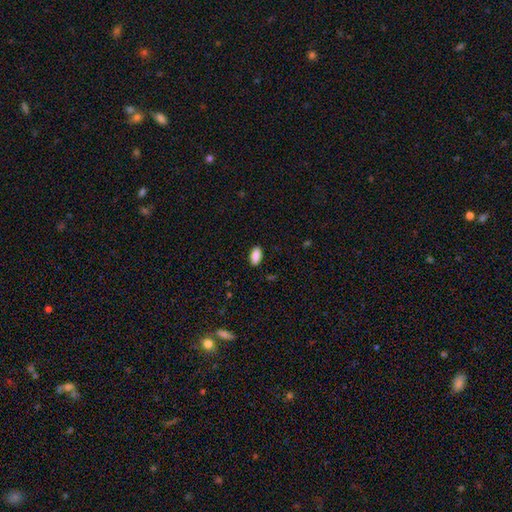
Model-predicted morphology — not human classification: smooth_or_featured: smooth (p=0.89) [alt: star or artifact p=0.07]
how_rounded: in between (p=0.92) [alt: cigar-shaped p=0.06]
merging: none (p=0.88) [alt: minor disturbance p=0.09]